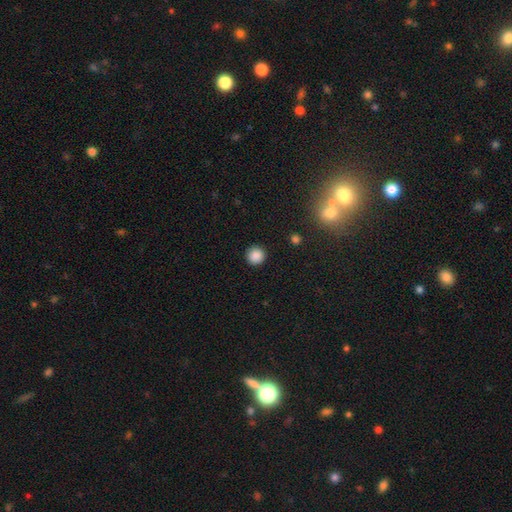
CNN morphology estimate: Smooth or featured?
  - smooth: 87% *
  - star or artifact: 10%
  - featured or disk: 3%
How rounded?
  - round: 95% *
  - in between: 4%
  - cigar-shaped: 1%
Merging?
  - none: 92% *
  - minor disturbance: 5%
  - major disturbance: 2%
  - merger: 1%